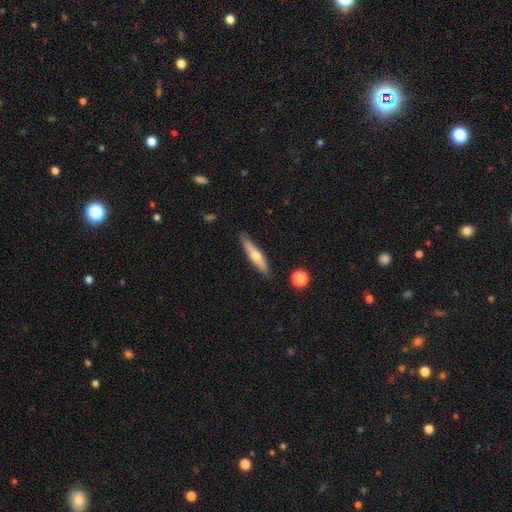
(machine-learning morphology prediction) smooth 50%, featured or disk 44%, star or artifact 6%. Down the decision tree: merging — none (86%).